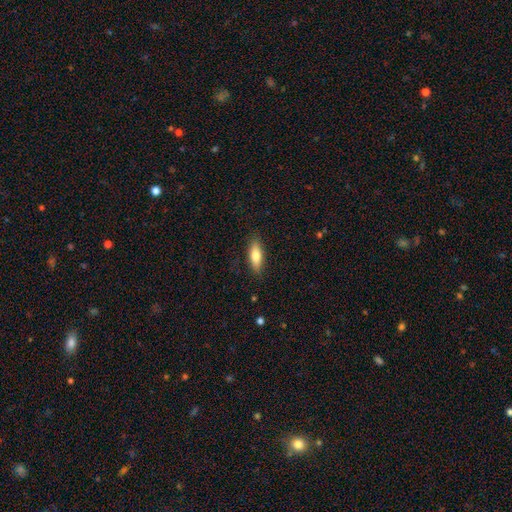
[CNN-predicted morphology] Q: Smooth or featured?
A: smooth (76%); runner-up: featured or disk (18%)
Q: How rounded?
A: in between (61%); runner-up: cigar-shaped (37%)
Q: Merging?
A: none (86%); runner-up: minor disturbance (10%)